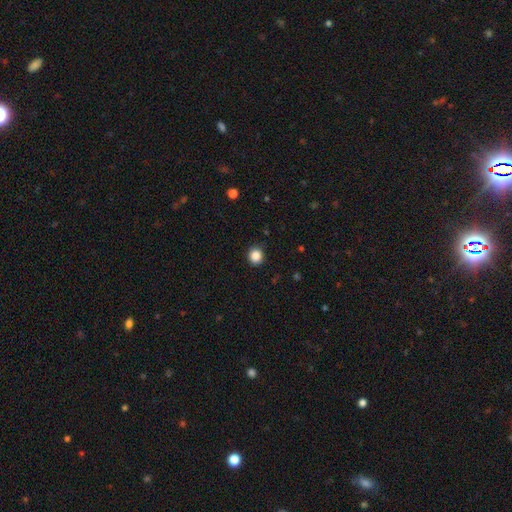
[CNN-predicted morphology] The model was most divided on "smooth or featured": smooth: 86%, star or artifact: 11%, featured or disk: 3%. More confident: merging — none (90%); how rounded — round (90%).